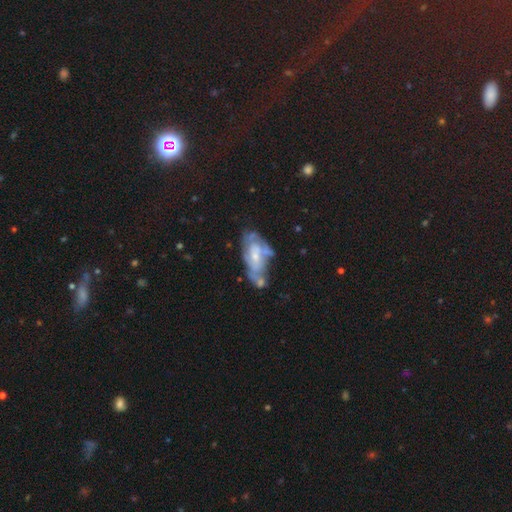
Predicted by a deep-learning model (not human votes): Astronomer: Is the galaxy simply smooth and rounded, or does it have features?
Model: featured or disk — 68%.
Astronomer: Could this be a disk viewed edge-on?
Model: no — 93%.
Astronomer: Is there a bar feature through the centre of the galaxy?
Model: no — 68%.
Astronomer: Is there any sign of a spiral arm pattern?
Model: yes — 57% (runner-up: no, 43%).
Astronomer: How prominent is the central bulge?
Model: small — 57% (runner-up: moderate, 35%).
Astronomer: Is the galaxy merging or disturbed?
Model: none — 33% (runner-up: minor disturbance, 25%).